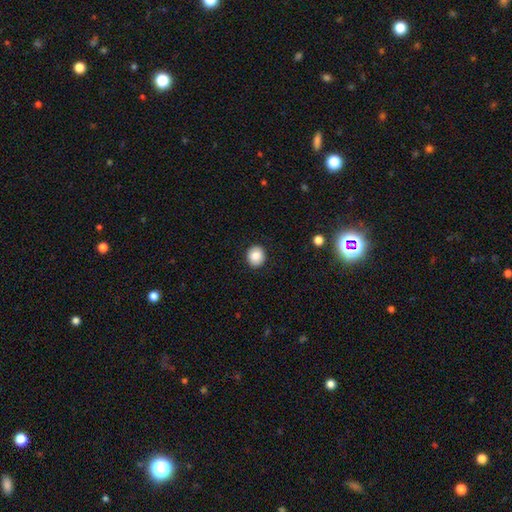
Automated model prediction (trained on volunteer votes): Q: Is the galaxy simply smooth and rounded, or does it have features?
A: smooth — 85%.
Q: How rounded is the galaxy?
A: round — 81%.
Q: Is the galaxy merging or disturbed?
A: none — 91%.